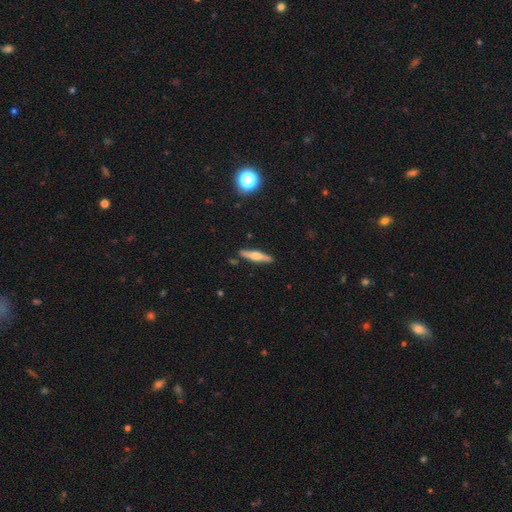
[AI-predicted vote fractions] Smooth or featured? featured or disk (55%)
Edge-on disk? yes (95%)
Edge-on bulge? rounded (84%)
Merging? none (87%)